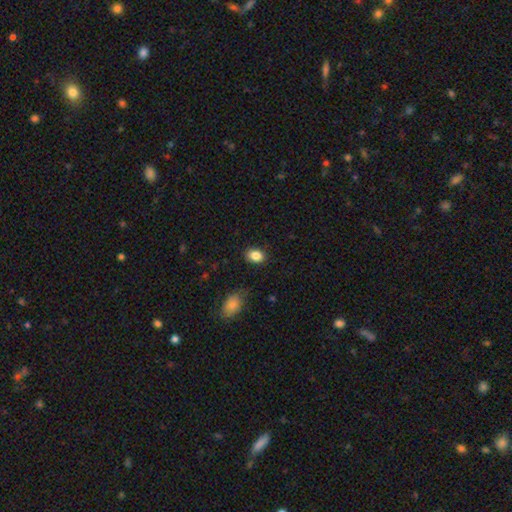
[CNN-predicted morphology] type=smooth (85%); roundness=in between (70%); merging=none (87%).